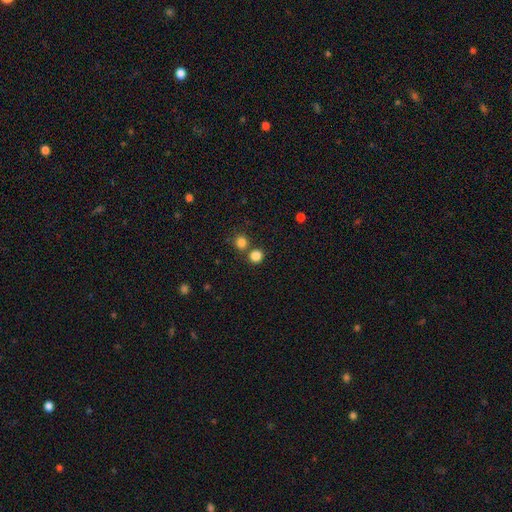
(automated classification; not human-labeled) Smooth or featured? Predicted: smooth (p=0.83). How rounded? Predicted: round (p=0.86). Merging? Predicted: none (p=0.70).